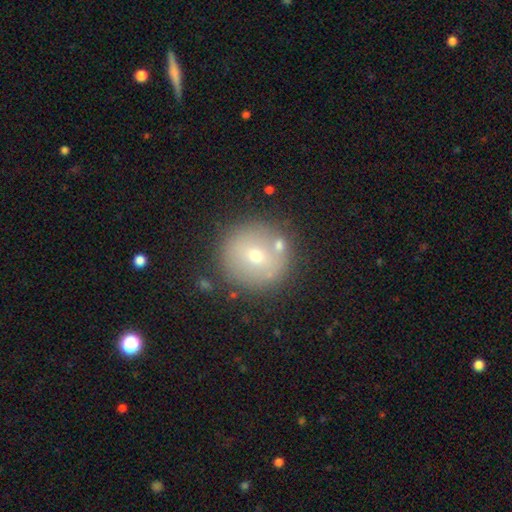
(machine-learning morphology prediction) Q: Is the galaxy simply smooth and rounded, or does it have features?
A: smooth — 62%.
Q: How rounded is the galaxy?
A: round — 94%.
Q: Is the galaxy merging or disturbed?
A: none — 79%.